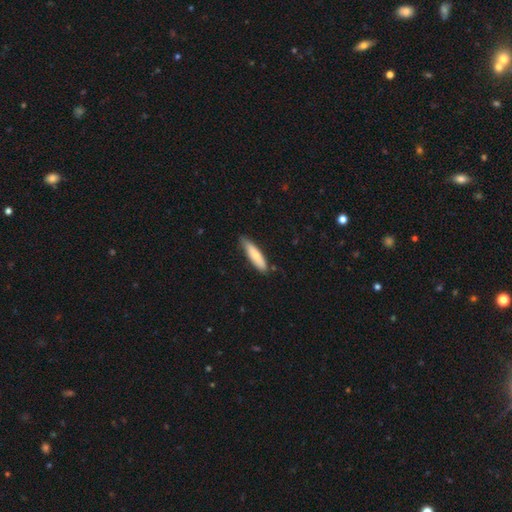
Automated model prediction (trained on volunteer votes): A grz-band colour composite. It shows a smooth galaxy with no disk features (72%) that is cigar-shaped (75%). Merging: none (76%).